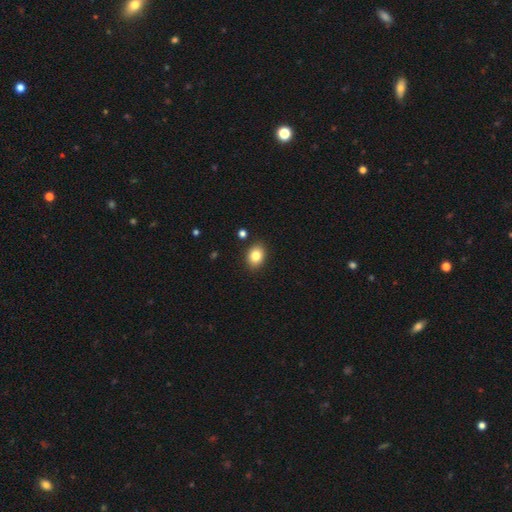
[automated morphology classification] Smooth or featured?
  - smooth: 83% *
  - star or artifact: 9%
  - featured or disk: 8%
How rounded?
  - in between: 63% *
  - round: 36%
  - cigar-shaped: 1%
Merging?
  - none: 88% *
  - minor disturbance: 8%
  - merger: 2%
  - major disturbance: 2%